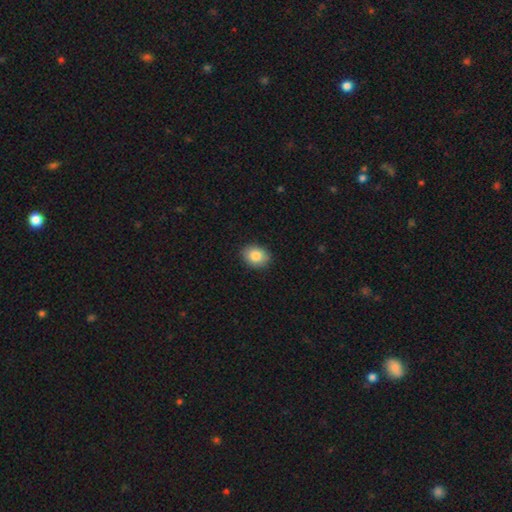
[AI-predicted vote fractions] A smooth galaxy with no disk features (86%) that is in between round and cigar-shaped (61%).

Vote fractions:
- Smooth or featured? smooth: 86% / star or artifact: 8% / featured or disk: 6%
- How rounded? in between: 61% / round: 38% / cigar-shaped: 1%
- Merging? none: 90% / minor disturbance: 8% / major disturbance: 2% / merger: 1%